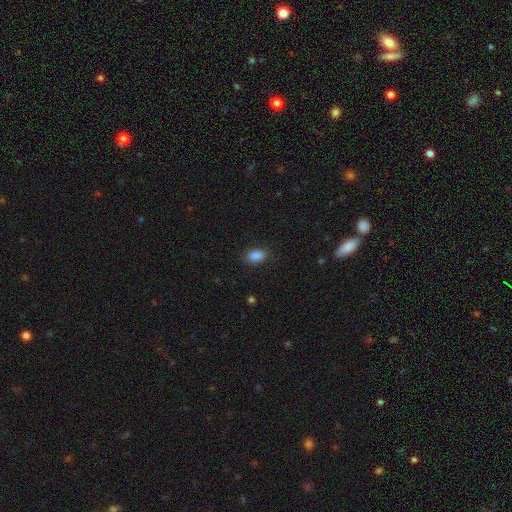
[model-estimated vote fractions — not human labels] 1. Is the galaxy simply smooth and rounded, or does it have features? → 88% smooth, 9% star or artifact, 4% featured or disk.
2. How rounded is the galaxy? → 88% in between, 9% round, 3% cigar-shaped.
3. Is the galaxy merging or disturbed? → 85% none, 11% minor disturbance, 3% major disturbance, 1% merger.